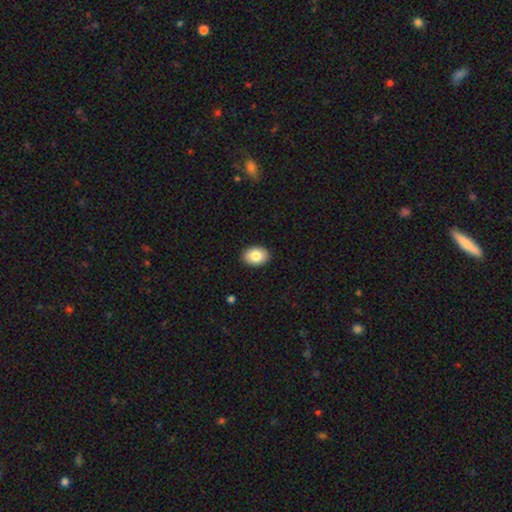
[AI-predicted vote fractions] smooth_or_featured: smooth (p=0.85) [alt: featured or disk p=0.08]
how_rounded: in between (p=0.80) [alt: round p=0.19]
merging: none (p=0.91) [alt: minor disturbance p=0.07]